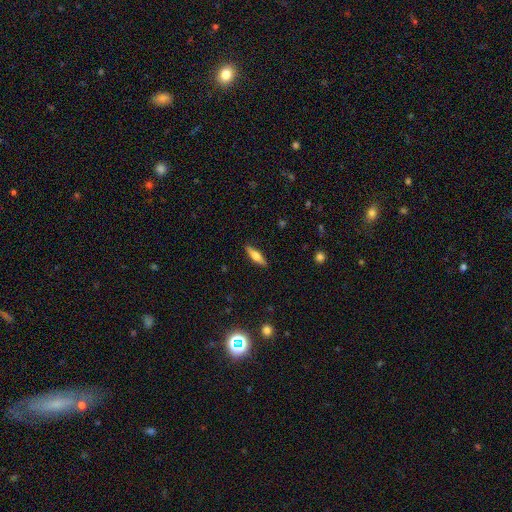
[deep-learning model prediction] smooth_or_featured: featured or disk (p=0.47) [tied with: smooth p=0.47]
merging: none (p=0.89) [alt: minor disturbance p=0.08]